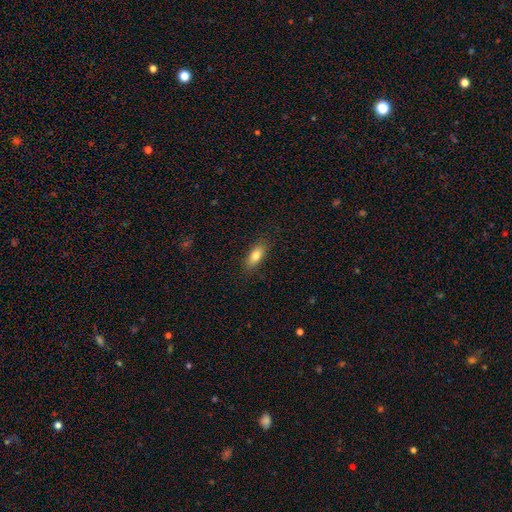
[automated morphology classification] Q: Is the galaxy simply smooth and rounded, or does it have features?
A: smooth — 81%.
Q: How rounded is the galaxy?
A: in between — 80%.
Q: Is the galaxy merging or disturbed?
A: none — 85%.